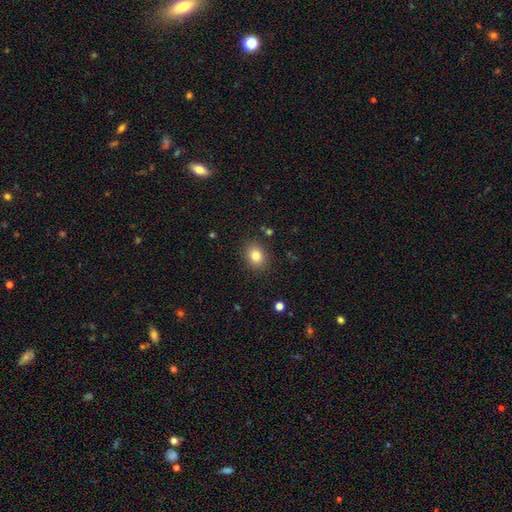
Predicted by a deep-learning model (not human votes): Morphology: type=smooth (82%); roundness=round (54%); merging=none (87%).